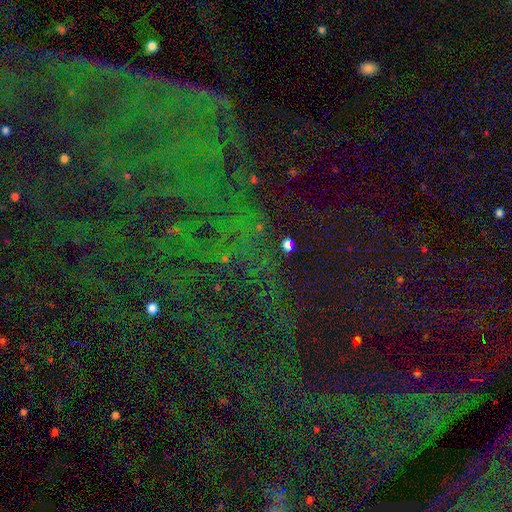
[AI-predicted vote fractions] This appears to be a star or artifact, not a galaxy (81%).